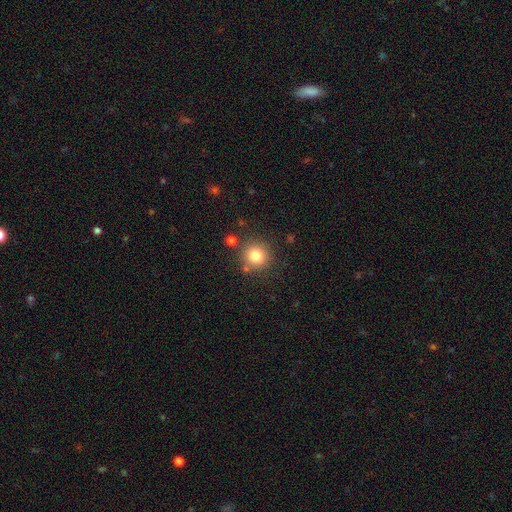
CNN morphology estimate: Smooth or featured? smooth (81%)
How rounded? round (92%)
Merging? none (83%)